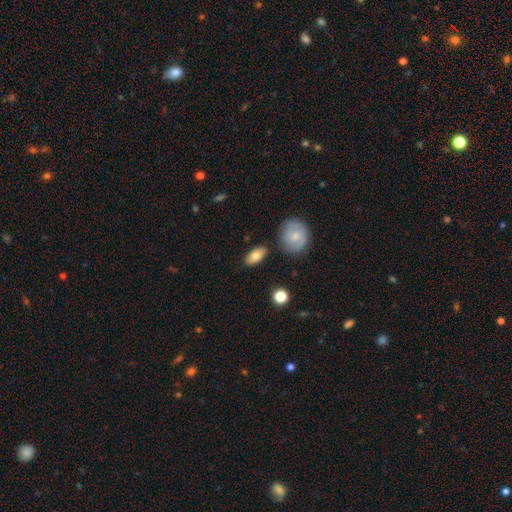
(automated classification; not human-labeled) A smooth galaxy with no disk features (78%) that is in between round and cigar-shaped (89%). Merging: none (82%).